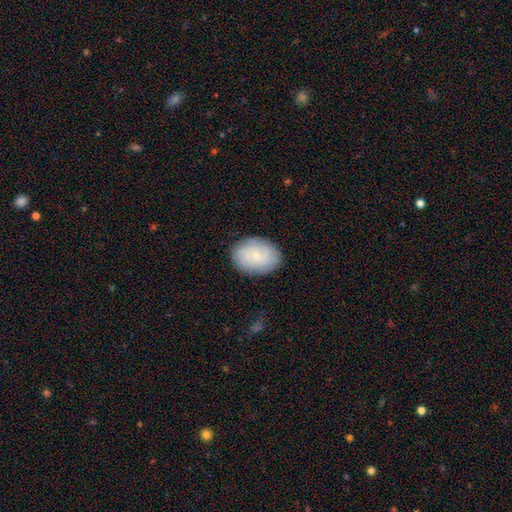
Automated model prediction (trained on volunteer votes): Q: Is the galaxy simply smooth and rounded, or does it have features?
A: smooth — 49%.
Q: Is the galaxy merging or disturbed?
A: none — 84%.